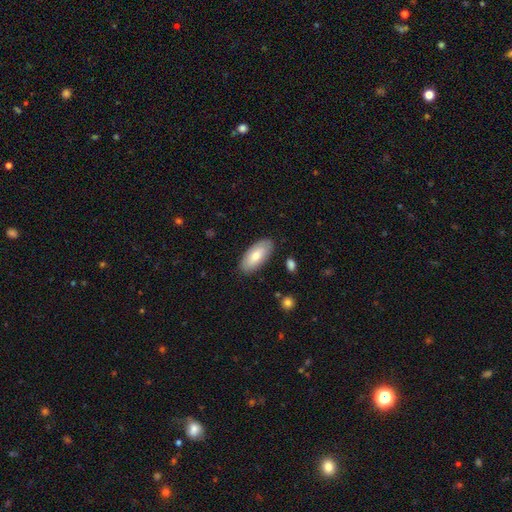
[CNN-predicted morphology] The model was most divided on "smooth or featured": smooth: 76%, featured or disk: 18%, star or artifact: 6%. More confident: how rounded — in between (90%); merging — none (85%).